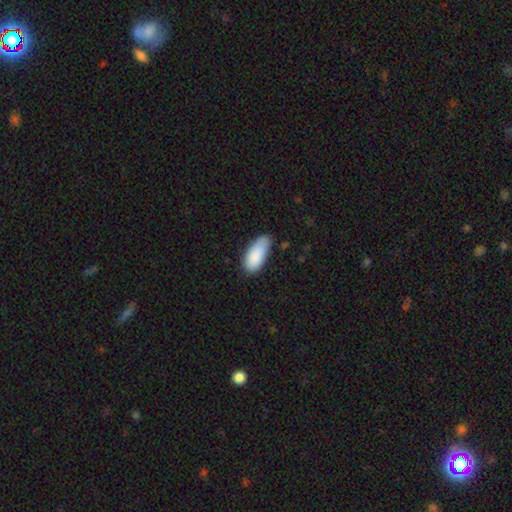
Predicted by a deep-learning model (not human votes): smooth 88%, featured or disk 6%, star or artifact 6%. Down the decision tree: how rounded — in between (88%); merging — none (60%).